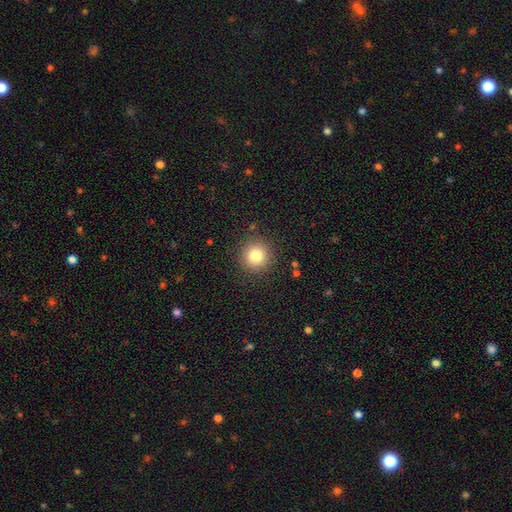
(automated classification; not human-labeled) smooth_or_featured: smooth (p=0.81) [alt: star or artifact p=0.12]
how_rounded: round (p=0.94) [alt: in between p=0.05]
merging: none (p=0.89) [alt: minor disturbance p=0.07]